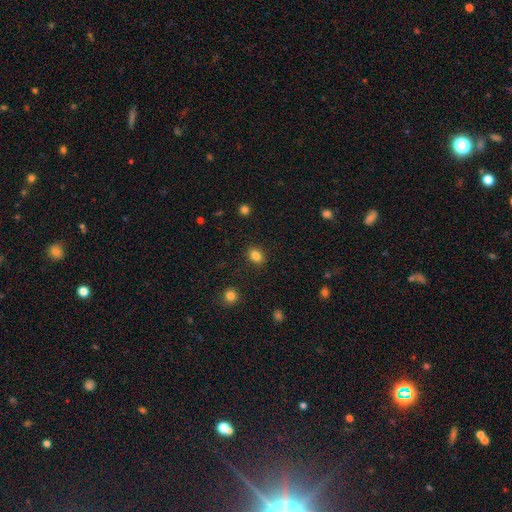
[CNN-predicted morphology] Q: Smooth or featured?
A: smooth (84%); runner-up: star or artifact (11%)
Q: How rounded?
A: in between (62%); runner-up: round (37%)
Q: Merging?
A: none (87%); runner-up: minor disturbance (9%)